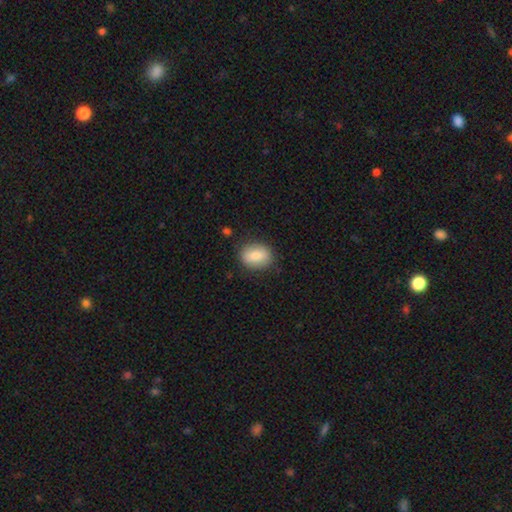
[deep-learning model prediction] This is clearly a smooth galaxy (81%). How rounded: likely in between (67%). Merging: clearly none (83%).